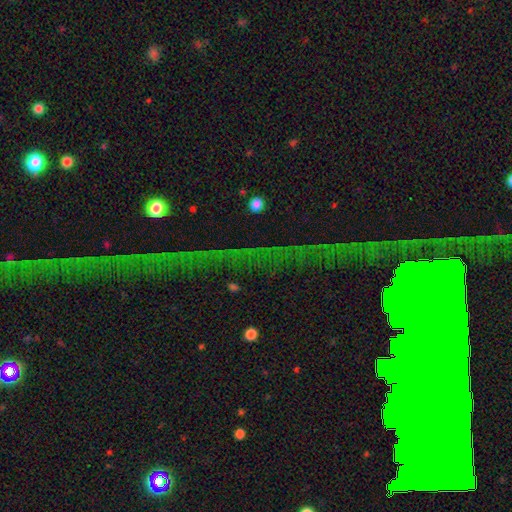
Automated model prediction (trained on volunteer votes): Q: Smooth or featured?
A: star or artifact (72%); runner-up: featured or disk (17%)